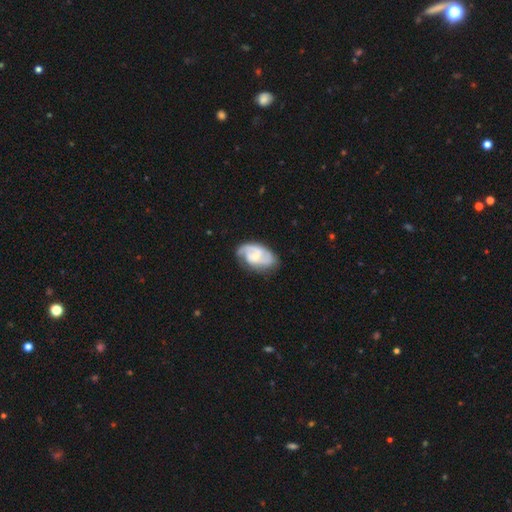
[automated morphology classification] A featured or disk galaxy (79%) with no bar (53%), 2 (58%) tight (42%, tied with medium) spiral arms (93%) and a small central bulge (51%).

Vote fractions:
- Smooth or featured? featured or disk: 79% / smooth: 16% / star or artifact: 5%
- Edge-on disk? no: 97% / yes: 3%
- Bar? no: 53% / weak: 39% / strong: 8%
- Spiral arms? yes: 93% / no: 7%
- Spiral winding? tight: 42% (tied) / medium: 42% (tied) / loose: 16%
- Spiral arm count? 2: 58% / can't tell: 15% / 1: 13% / 3: 10% / 4: 2% / more than 4: 2%
- Bulge size? small: 51% / moderate: 43% / none: 3% / large: 2% / dominant: 1%
- Merging? none: 65% / minor disturbance: 24% / major disturbance: 9% / merger: 2%